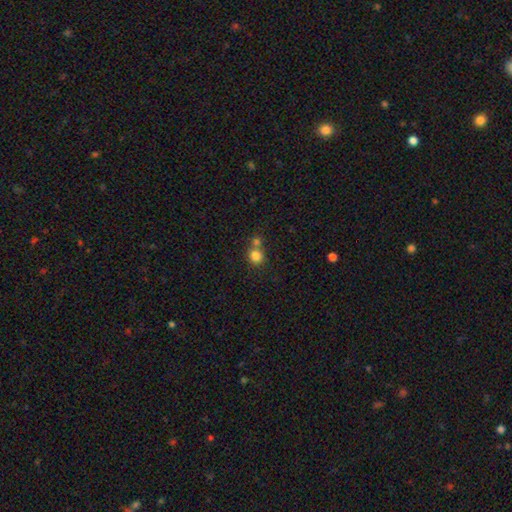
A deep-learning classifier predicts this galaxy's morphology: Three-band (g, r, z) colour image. It shows a smooth galaxy with no disk features (82%) that is round (85%). Merging: none (53%).